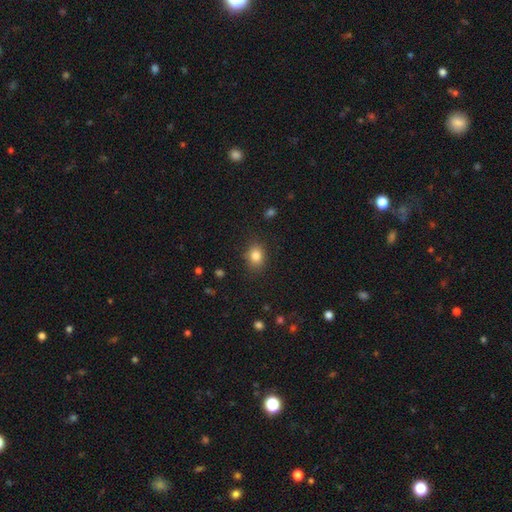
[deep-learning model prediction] A smooth galaxy with no disk features (83%) that is in between round and cigar-shaped (55%). Merging: none (83%).